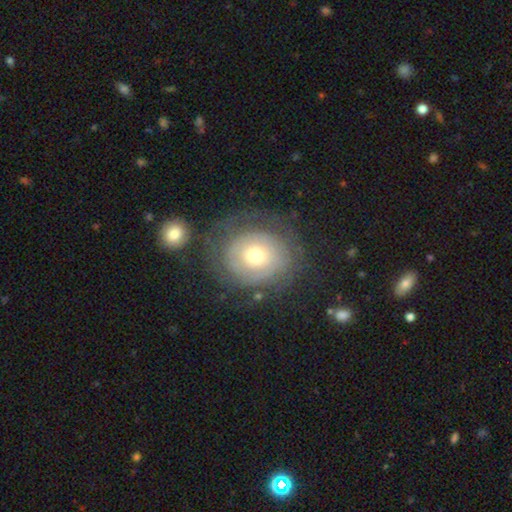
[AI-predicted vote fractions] A featured or disk galaxy (57%) with no bar (87%), spiral arms (67%) and a moderate central bulge (56%). Merging: none (66%).